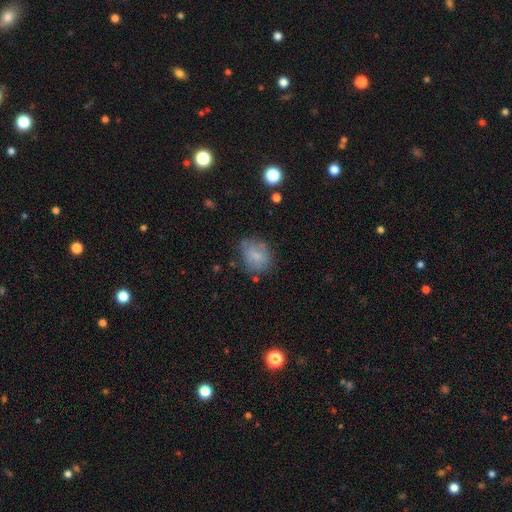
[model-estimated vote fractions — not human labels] Q: Smooth or featured?
A: smooth (72%); runner-up: featured or disk (18%)
Q: How rounded?
A: in between (53%); runner-up: round (45%)
Q: Merging?
A: none (59%); runner-up: minor disturbance (27%)